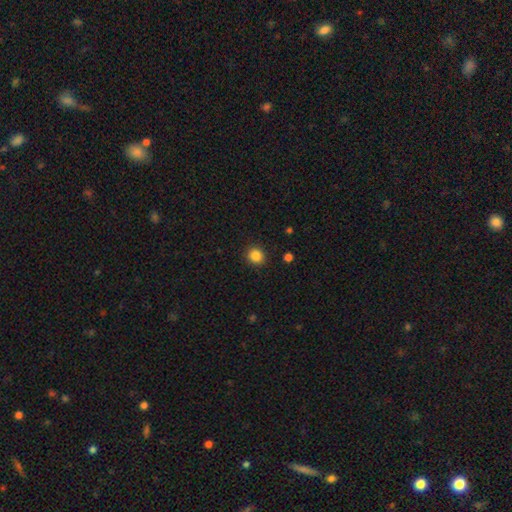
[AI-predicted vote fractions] Smooth or featured? Predicted: smooth (p=0.86). How rounded? Predicted: round (p=0.86). Merging? Predicted: none (p=0.91).